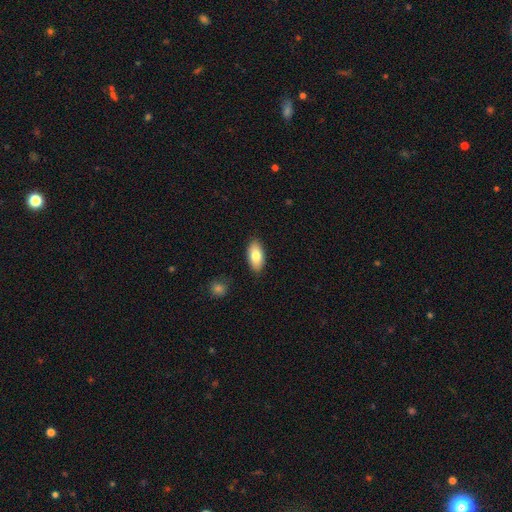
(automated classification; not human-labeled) smooth-or-featured: smooth: 80% | featured or disk: 13% | star or artifact: 6%
  how-rounded: in between: 91% | cigar-shaped: 6% | round: 3%
  merging: none: 87% | minor disturbance: 10% | major disturbance: 2% | merger: 1%